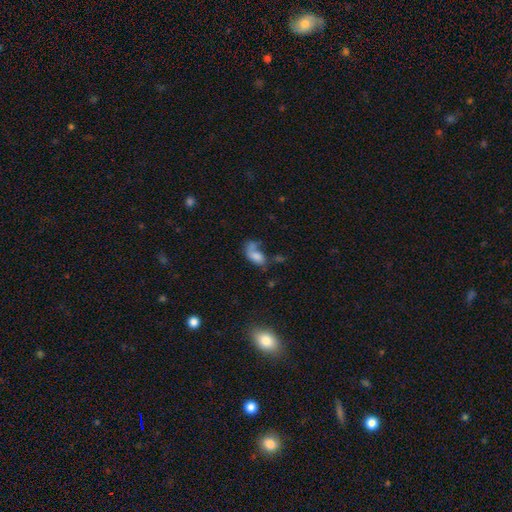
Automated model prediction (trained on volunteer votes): Smooth or featured?
  - smooth: 65% *
  - featured or disk: 23%
  - star or artifact: 12%
How rounded?
  - in between: 86% *
  - round: 7%
  - cigar-shaped: 6%
Merging?
  - none: 28% * (tied)
  - merger: 28% * (tied)
  - major disturbance: 27%
  - minor disturbance: 17%